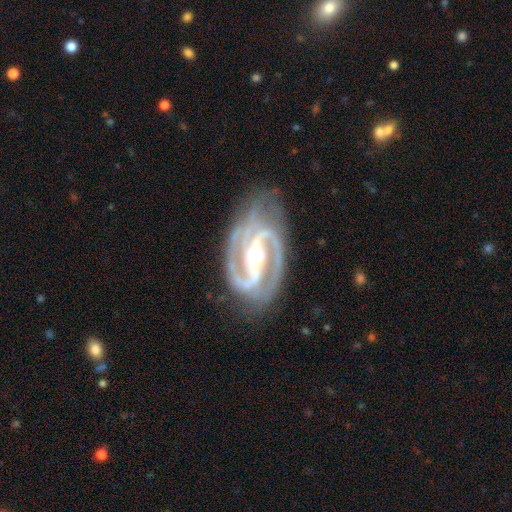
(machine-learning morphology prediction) This appears to be a featured or disk galaxy (94%) with a strong bar (52%), 2 (82%) medium (51%) spiral arms (99%) and a moderate central bulge (71%). Merging: none (76%).